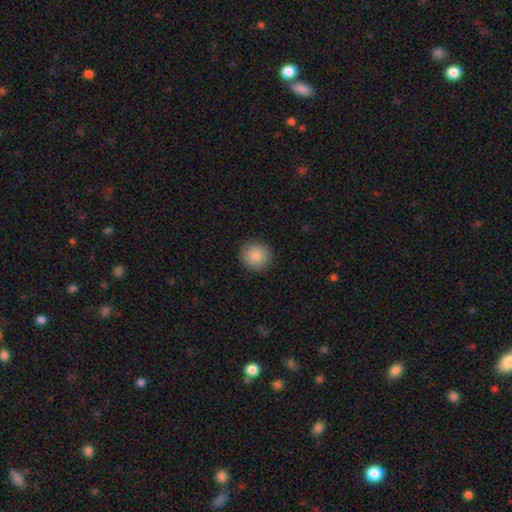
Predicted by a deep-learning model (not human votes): This appears to be a smooth galaxy with no disk features (87%) that is round (93%). Merging: none (91%).